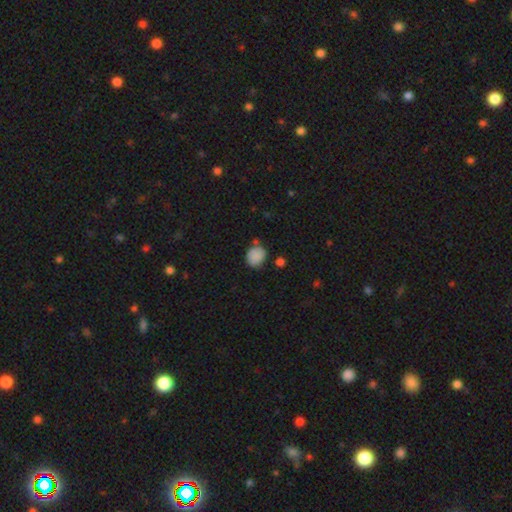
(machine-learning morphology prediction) Overall: smooth (85%). How rounded: round (68%; in between 31%). Merging: none (63%).